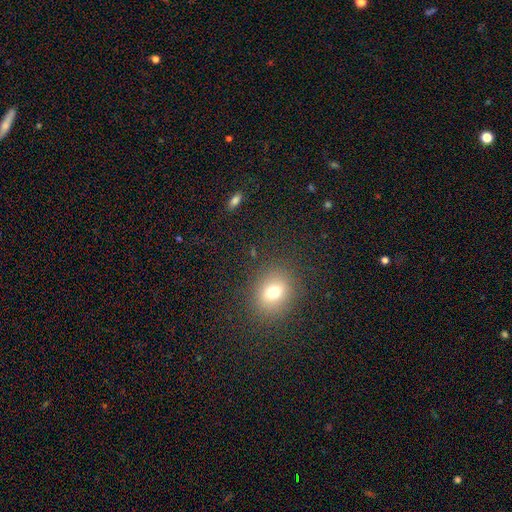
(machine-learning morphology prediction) smooth-or-featured: smooth: 72% | star or artifact: 20% | featured or disk: 9%
  how-rounded: round: 61% | in between: 38% | cigar-shaped: 1%
  merging: none: 90% | minor disturbance: 6% | major disturbance: 2% | merger: 1%